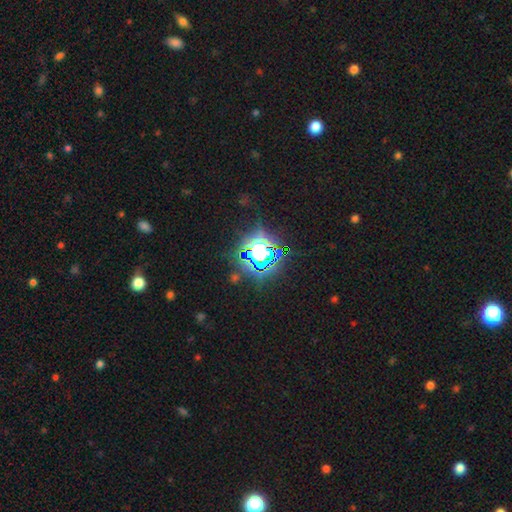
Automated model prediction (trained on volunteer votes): Smooth or featured: star or artifact — 72% (smooth — 17%)